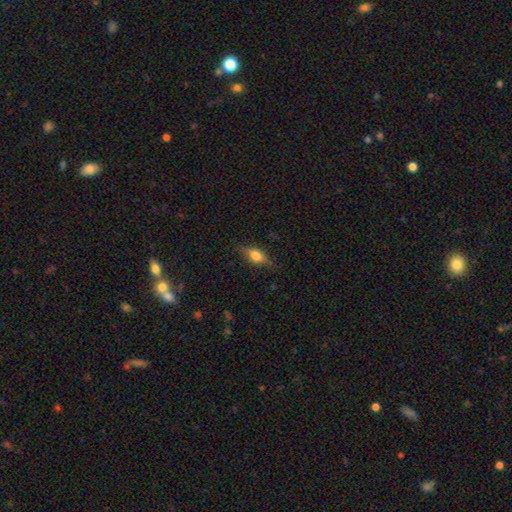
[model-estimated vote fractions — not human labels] Q: Smooth or featured?
A: smooth (65%); runner-up: featured or disk (27%)
Q: How rounded?
A: in between (75%); runner-up: cigar-shaped (18%)
Q: Merging?
A: none (77%); runner-up: minor disturbance (18%)